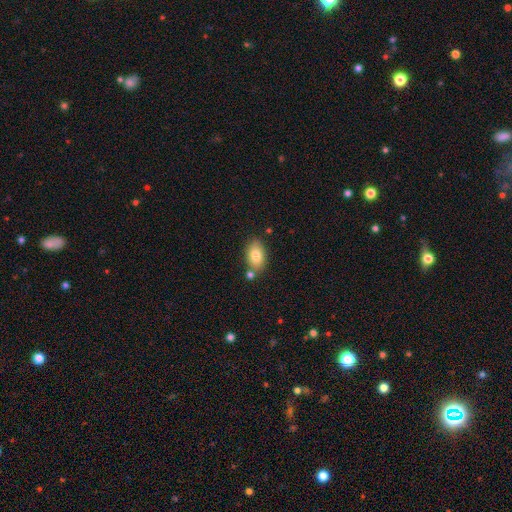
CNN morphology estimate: smooth-or-featured: smooth: 79% | featured or disk: 13% | star or artifact: 8%
  how-rounded: in between: 89% | round: 9% | cigar-shaped: 2%
  merging: none: 73% | minor disturbance: 13% | merger: 11% | major disturbance: 3%